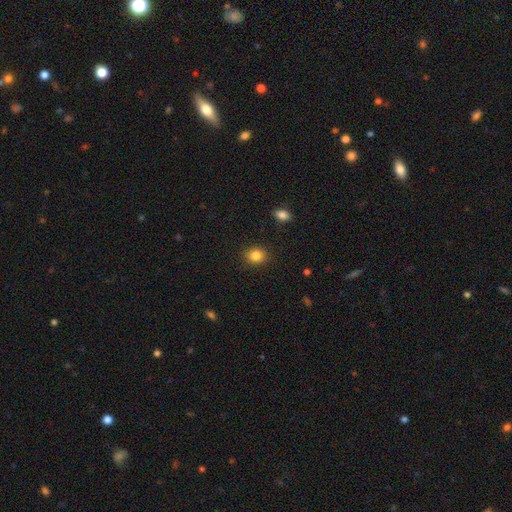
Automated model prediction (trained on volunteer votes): A smooth galaxy with no disk features (84%) that is round (67%). Merging: none (89%).